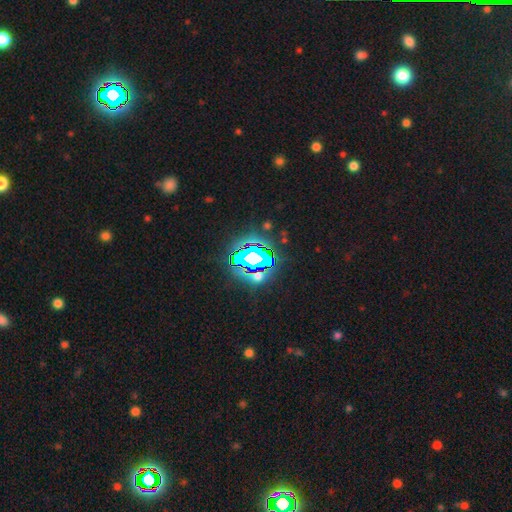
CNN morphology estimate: Overall: star or artifact (73%).